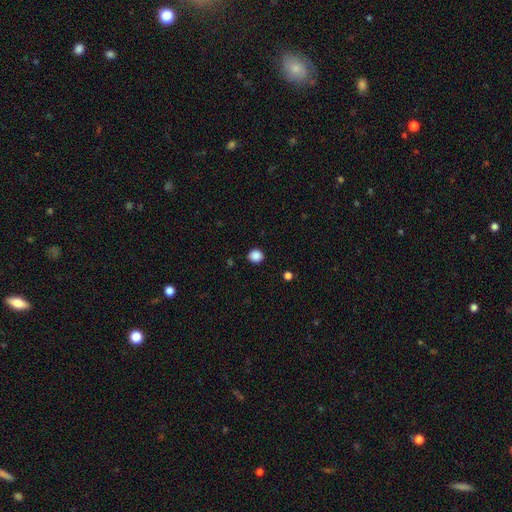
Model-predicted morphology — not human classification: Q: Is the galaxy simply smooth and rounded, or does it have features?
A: smooth — 88%.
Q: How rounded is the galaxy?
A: round — 85%.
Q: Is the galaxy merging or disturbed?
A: none — 91%.